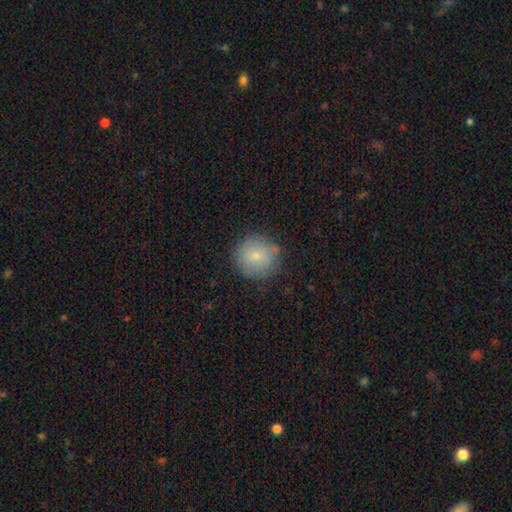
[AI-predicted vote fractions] A smooth galaxy with no disk features (75%) that is round (91%). Merging: none (82%).